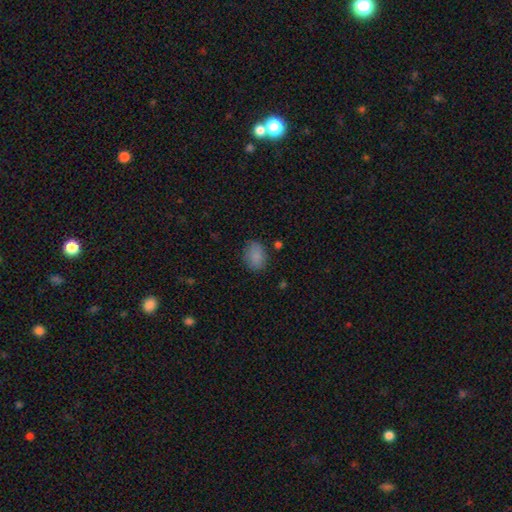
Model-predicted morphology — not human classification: Smooth or featured?
  - smooth: 85% *
  - star or artifact: 9%
  - featured or disk: 6%
How rounded?
  - in between: 64% *
  - round: 35%
  - cigar-shaped: 1%
Merging?
  - none: 77% *
  - minor disturbance: 17%
  - major disturbance: 4%
  - merger: 2%